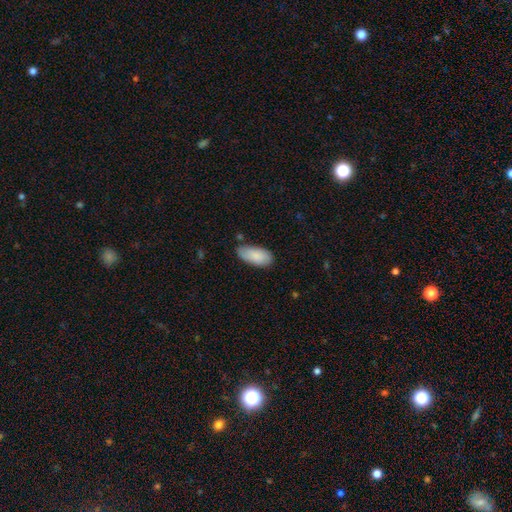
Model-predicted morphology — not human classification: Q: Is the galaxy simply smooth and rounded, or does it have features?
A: smooth — 87%.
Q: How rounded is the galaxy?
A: in between — 92%.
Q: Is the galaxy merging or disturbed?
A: none — 75%.